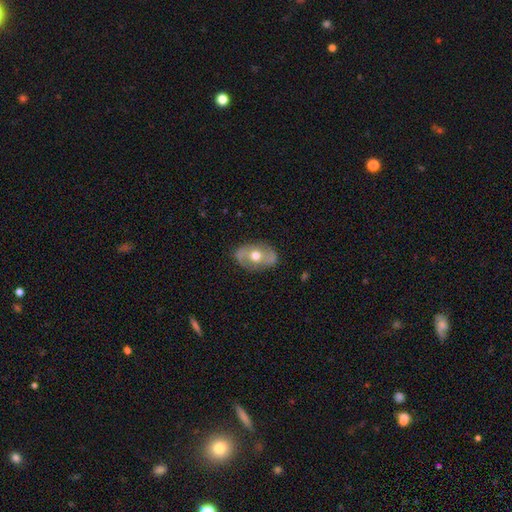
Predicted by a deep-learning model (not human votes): A featured or disk galaxy (59%) with no bar (63%), spiral arms (54%) and a moderate central bulge (78%).

Vote fractions:
- Smooth or featured? featured or disk: 59% / smooth: 34% / star or artifact: 6%
- Edge-on disk? no: 91% / yes: 9%
- Bar? no: 63% / weak: 24% / strong: 12%
- Spiral arms? yes: 54% / no: 46%
- Bulge size? moderate: 78% / large: 13% / small: 7% / dominant: 1% / none: 1%
- Merging? none: 80% / minor disturbance: 15% / major disturbance: 4% / merger: 1%